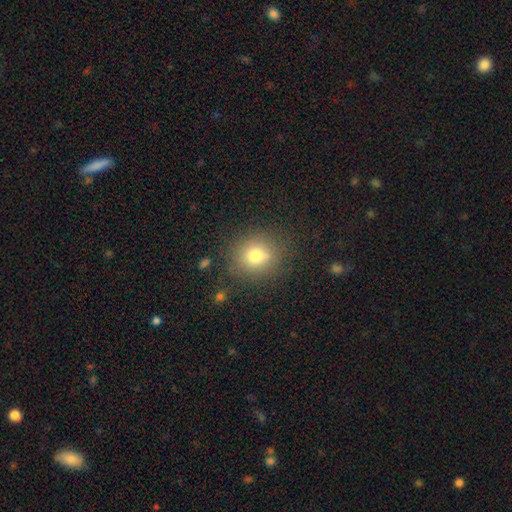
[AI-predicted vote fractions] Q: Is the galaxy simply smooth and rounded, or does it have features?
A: smooth — 76%.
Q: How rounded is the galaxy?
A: round — 82%.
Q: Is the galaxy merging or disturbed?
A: none — 80%.